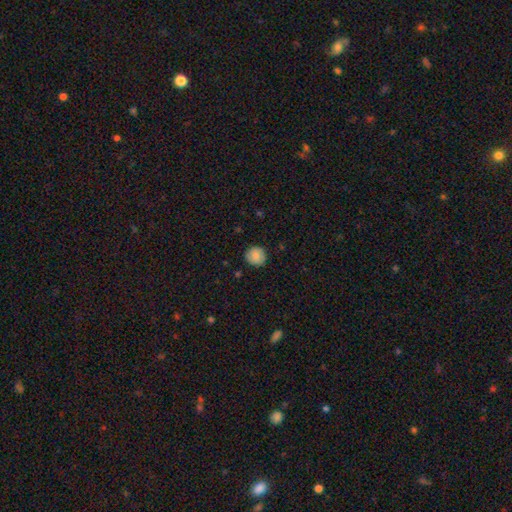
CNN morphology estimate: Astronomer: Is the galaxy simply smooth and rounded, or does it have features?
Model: smooth — 82%.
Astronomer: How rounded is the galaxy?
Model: round — 90%.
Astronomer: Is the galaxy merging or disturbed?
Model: none — 85%.